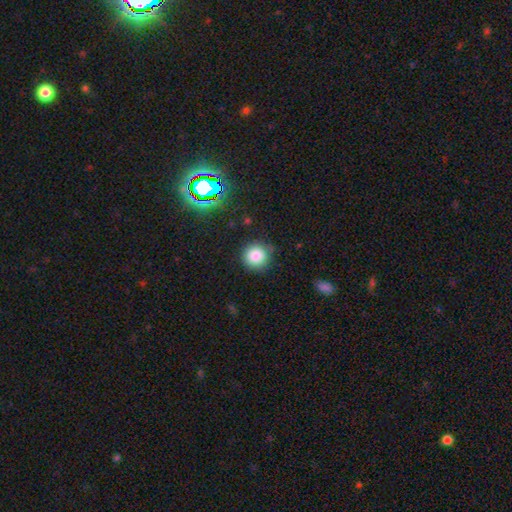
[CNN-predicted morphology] smooth 84%, star or artifact 12%, featured or disk 4%. Down the decision tree: how rounded — round (94%); merging — none (85%).